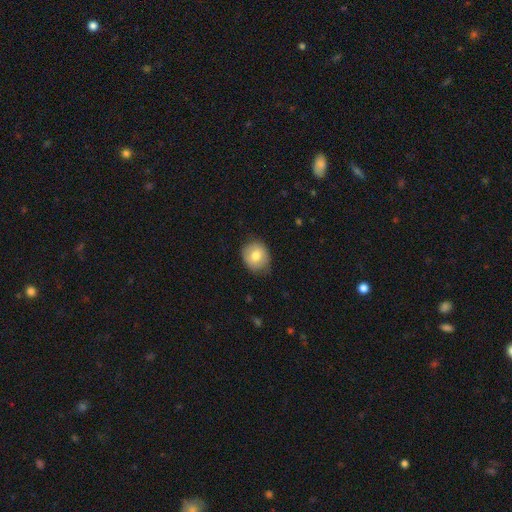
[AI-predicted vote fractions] Smooth or featured: smooth — 75% (featured or disk — 17%)
How rounded: round — 75% (in between — 25%)
Merging: none — 78% (minor disturbance — 17%)